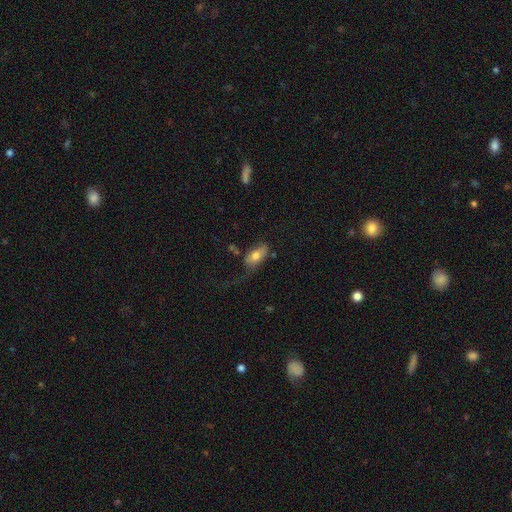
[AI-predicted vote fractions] Q: Smooth or featured?
A: smooth (67%); runner-up: featured or disk (26%)
Q: How rounded?
A: in between (89%); runner-up: cigar-shaped (6%)
Q: Merging?
A: none (37%); runner-up: major disturbance (32%)